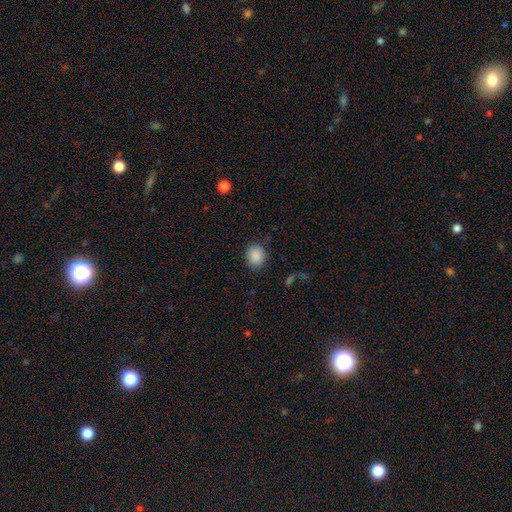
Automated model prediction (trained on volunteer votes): Smooth or featured? Predicted: smooth (p=0.88). How rounded? Predicted: round (p=0.68). Merging? Predicted: none (p=0.84).